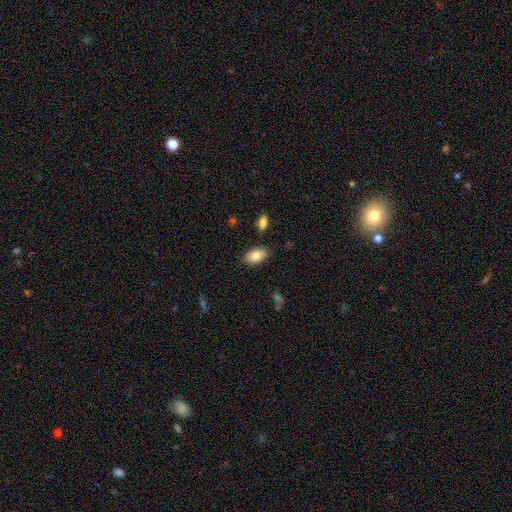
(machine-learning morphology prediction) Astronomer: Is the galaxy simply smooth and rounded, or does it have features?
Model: smooth — 81%.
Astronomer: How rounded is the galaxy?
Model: in between — 93%.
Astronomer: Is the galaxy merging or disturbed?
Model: none — 85%.